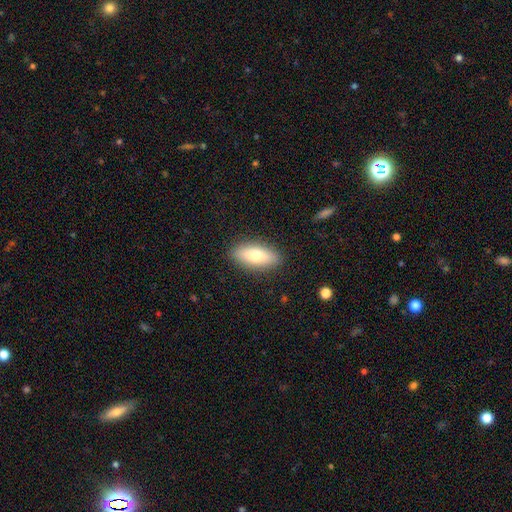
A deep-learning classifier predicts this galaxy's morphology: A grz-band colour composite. It shows a smooth galaxy with no disk features (71%) that is in between round and cigar-shaped (79%). Merging: none (89%).